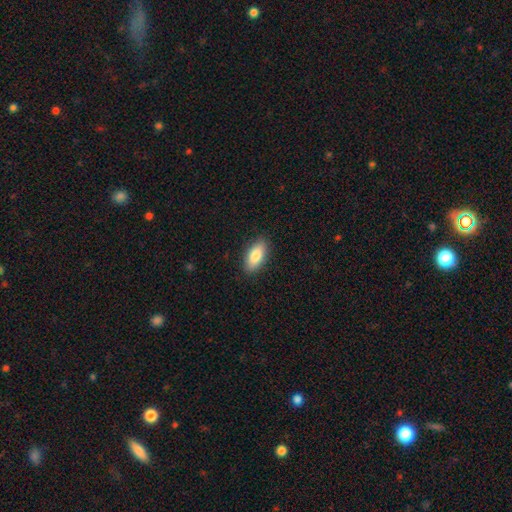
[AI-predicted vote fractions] Smooth or featured? Predicted: smooth (p=0.84). How rounded? Predicted: in between (p=0.88). Merging? Predicted: none (p=0.89).